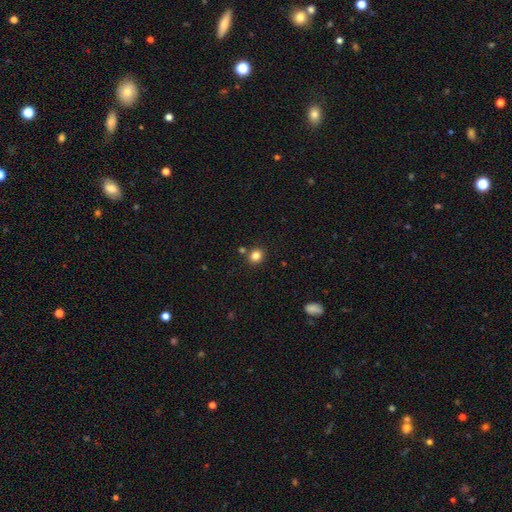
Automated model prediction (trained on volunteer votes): A smooth galaxy with no disk features (83%) that is round (79%).

Vote fractions:
- Smooth or featured? smooth: 83% / star or artifact: 12% / featured or disk: 5%
- How rounded? round: 79% / in between: 20% / cigar-shaped: 1%
- Merging? none: 84% / minor disturbance: 8% / merger: 7% / major disturbance: 2%